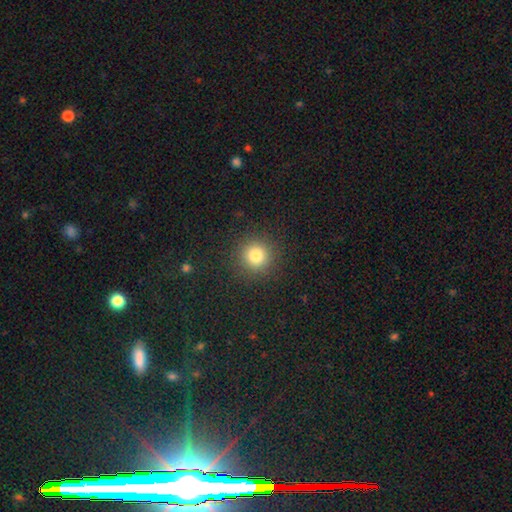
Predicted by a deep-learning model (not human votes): Smooth or featured: smooth — 81% (star or artifact — 14%)
How rounded: round — 94% (in between — 5%)
Merging: none — 91% (minor disturbance — 6%)